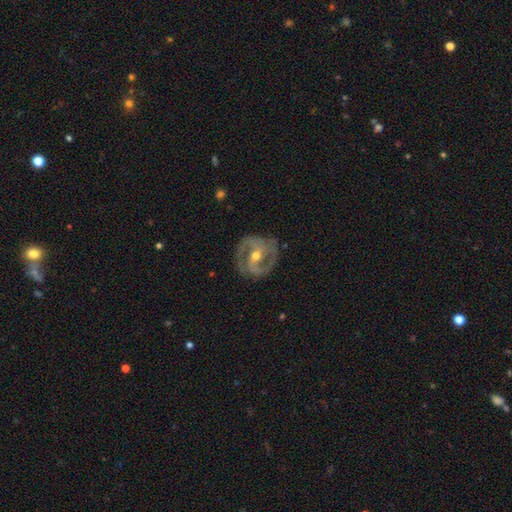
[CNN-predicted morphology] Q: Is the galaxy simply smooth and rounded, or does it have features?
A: featured or disk — 87%.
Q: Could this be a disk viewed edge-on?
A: no — 96%.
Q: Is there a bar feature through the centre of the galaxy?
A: weak — 38%.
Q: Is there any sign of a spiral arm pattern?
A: yes — 93%.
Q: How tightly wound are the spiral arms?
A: medium — 46%.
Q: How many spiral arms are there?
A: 2 — 85%.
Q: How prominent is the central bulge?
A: moderate — 61%.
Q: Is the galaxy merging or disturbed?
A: none — 81%.